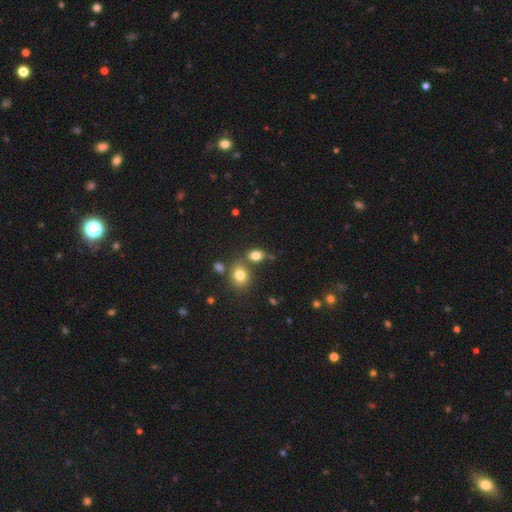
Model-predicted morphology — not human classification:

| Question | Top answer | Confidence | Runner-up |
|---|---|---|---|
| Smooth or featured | smooth | 79% | star or artifact (13%) |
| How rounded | in between | 65% | round (33%) |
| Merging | none | 59% | merger (23%) |